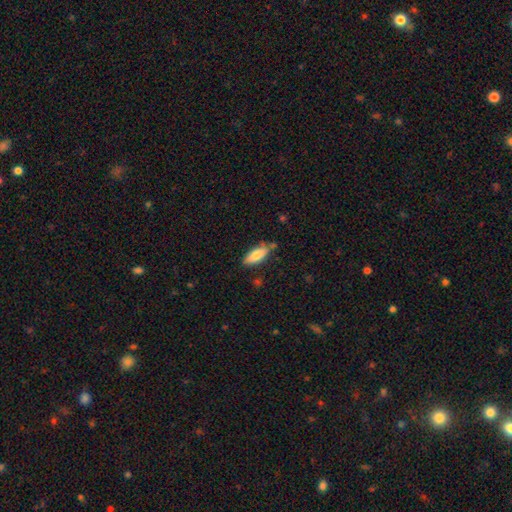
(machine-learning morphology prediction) smooth-or-featured: smooth: 80% | featured or disk: 14% | star or artifact: 6%
  how-rounded: in between: 69% | cigar-shaped: 29% | round: 2%
  merging: none: 72% | minor disturbance: 19% | merger: 6% | major disturbance: 4%